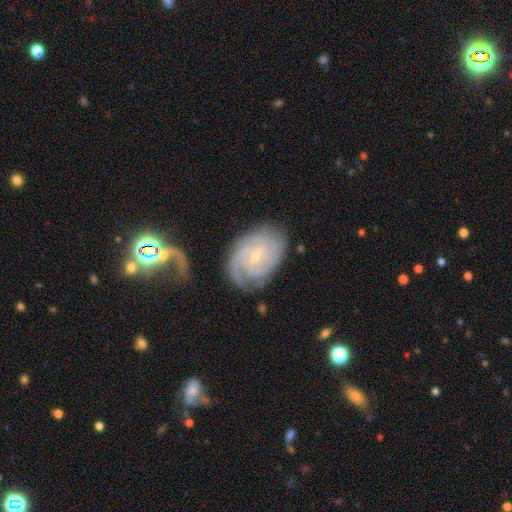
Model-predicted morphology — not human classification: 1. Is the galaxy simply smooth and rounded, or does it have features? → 85% featured or disk, 8% smooth, 7% star or artifact.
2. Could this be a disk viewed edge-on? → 97% no, 3% yes.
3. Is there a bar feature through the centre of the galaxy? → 56% no, 35% weak, 8% strong.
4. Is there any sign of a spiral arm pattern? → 97% yes, 3% no.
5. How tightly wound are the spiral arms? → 68% tight, 26% medium, 6% loose.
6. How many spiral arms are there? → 27% 3, 24% can't tell, 19% 4, 17% 2, 7% more than 4, 6% 1.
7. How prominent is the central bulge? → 80% small, 16% moderate, 2% none, 1% large, 1% dominant.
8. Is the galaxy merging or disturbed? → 70% none, 20% minor disturbance, 8% major disturbance, 3% merger.